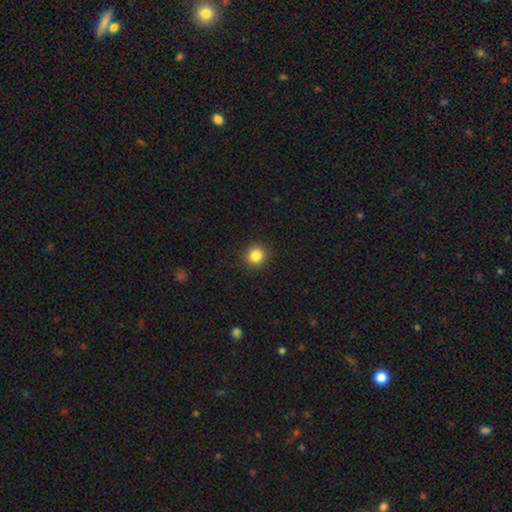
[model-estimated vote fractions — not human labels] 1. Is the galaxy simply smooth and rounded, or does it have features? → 85% smooth, 11% star or artifact, 4% featured or disk.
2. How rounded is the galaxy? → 92% round, 7% in between, 1% cigar-shaped.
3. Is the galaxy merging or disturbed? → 91% none, 6% minor disturbance, 2% major disturbance, 1% merger.